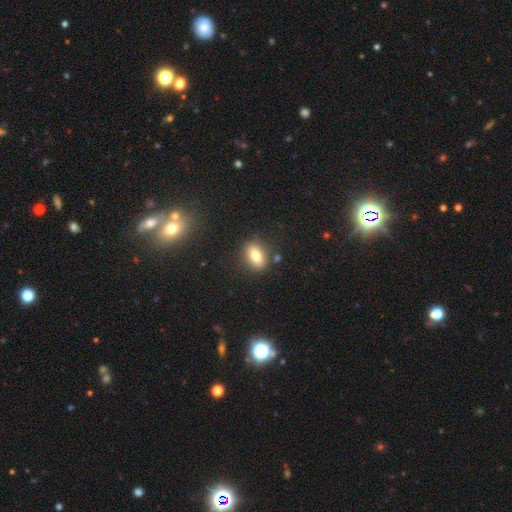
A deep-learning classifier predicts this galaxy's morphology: A smooth galaxy with no disk features (74%) that is in between round and cigar-shaped (76%). Merging: none (81%).